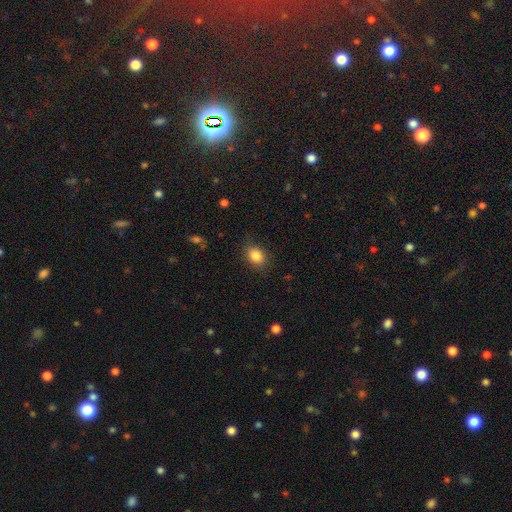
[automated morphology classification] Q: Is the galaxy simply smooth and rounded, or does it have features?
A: smooth — 86%.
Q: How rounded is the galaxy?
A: in between — 62%.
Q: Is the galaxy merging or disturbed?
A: none — 82%.